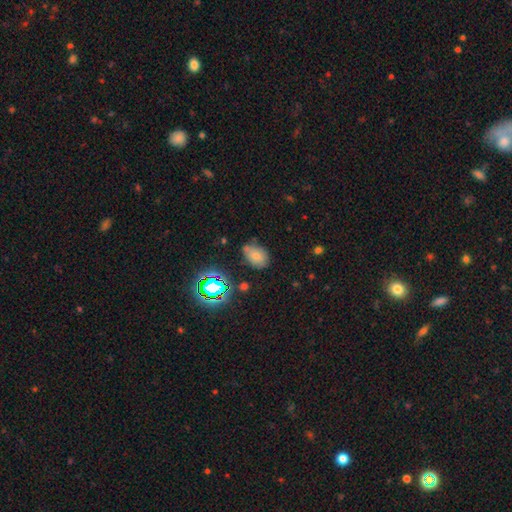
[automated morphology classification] The model was most divided on "merging": none: 65%, minor disturbance: 25%, merger: 5%, major disturbance: 5%. More confident: how rounded — in between (80%); smooth or featured — smooth (68%).